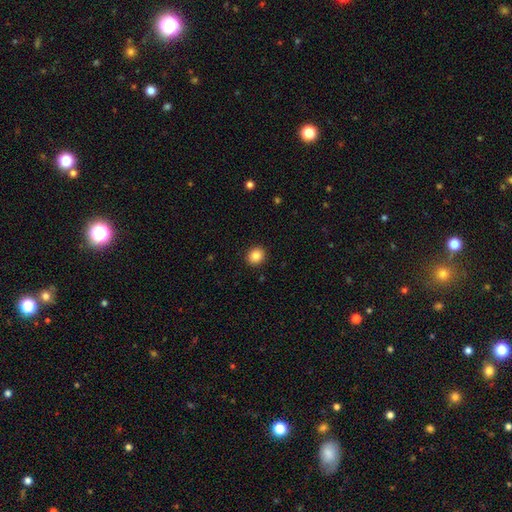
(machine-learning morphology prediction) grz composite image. It shows a smooth galaxy with no disk features (86%) that is round (73%). Merging: none (91%).